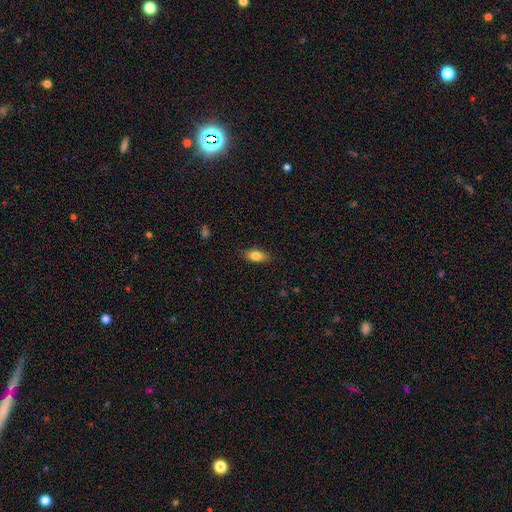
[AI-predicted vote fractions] Q: Smooth or featured?
A: smooth (82%); runner-up: featured or disk (10%)
Q: How rounded?
A: in between (82%); runner-up: cigar-shaped (14%)
Q: Merging?
A: none (84%); runner-up: minor disturbance (12%)